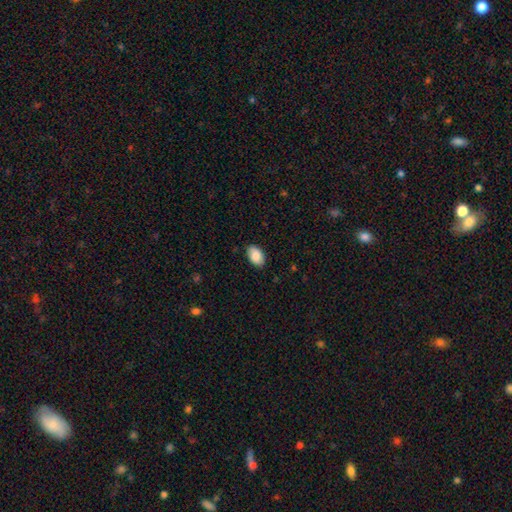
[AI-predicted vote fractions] Smooth or featured? smooth (86%)
How rounded? in between (91%)
Merging? none (85%)